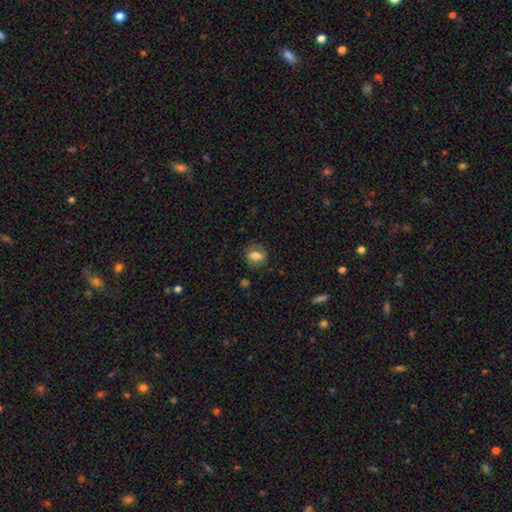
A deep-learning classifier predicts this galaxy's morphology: smooth_or_featured: smooth (p=0.64) [alt: featured or disk p=0.27]
how_rounded: in between (p=0.53) [alt: round p=0.45]
merging: none (p=0.72) [alt: minor disturbance p=0.18]